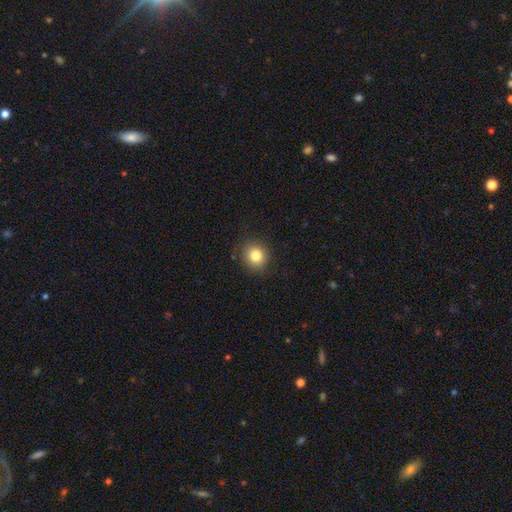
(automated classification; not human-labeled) Smooth or featured?
  - smooth: 83% *
  - star or artifact: 10%
  - featured or disk: 6%
How rounded?
  - round: 86% *
  - in between: 13%
  - cigar-shaped: 1%
Merging?
  - none: 88% *
  - minor disturbance: 8%
  - major disturbance: 3%
  - merger: 1%